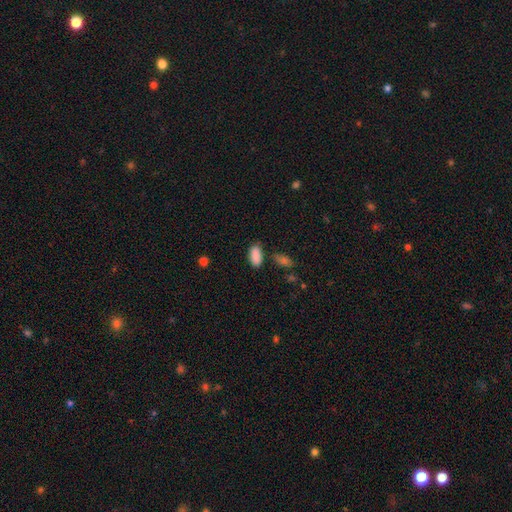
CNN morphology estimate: type=smooth (89%); roundness=in between (93%); merging=none (78%).